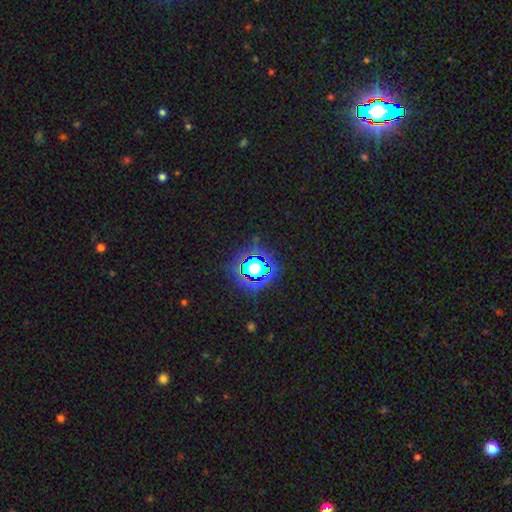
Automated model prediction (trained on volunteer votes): This is clearly a star or artifact rather than a galaxy (82%).